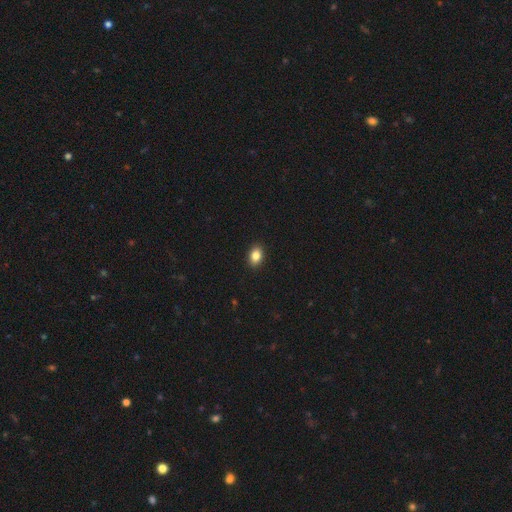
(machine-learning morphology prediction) Overall: smooth (84%). How rounded: in between (80%). Merging: none (91%).